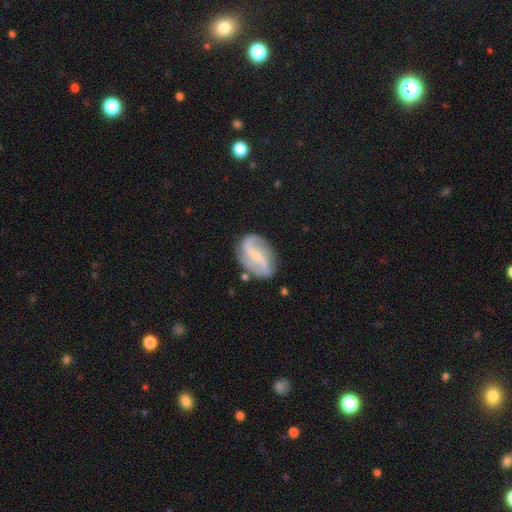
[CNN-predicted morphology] A featured or disk galaxy (83%) with a weak bar (39%), 2 (77%) loose (54%) spiral arms (95%) and a small central bulge (73%). Merging: none (74%).